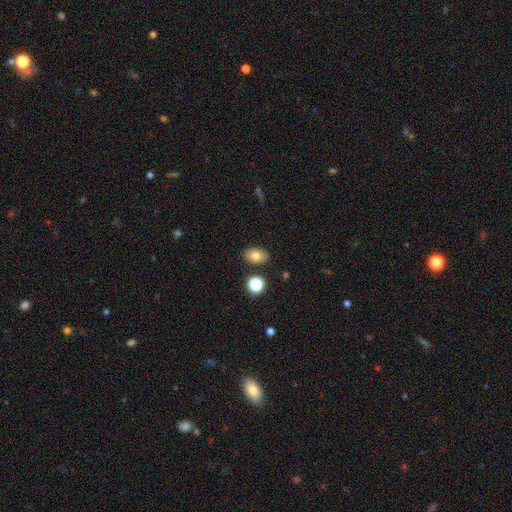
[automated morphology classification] Smooth or featured: smooth — 78% (featured or disk — 11%)
How rounded: in between — 84% (round — 15%)
Merging: none — 85% (minor disturbance — 9%)